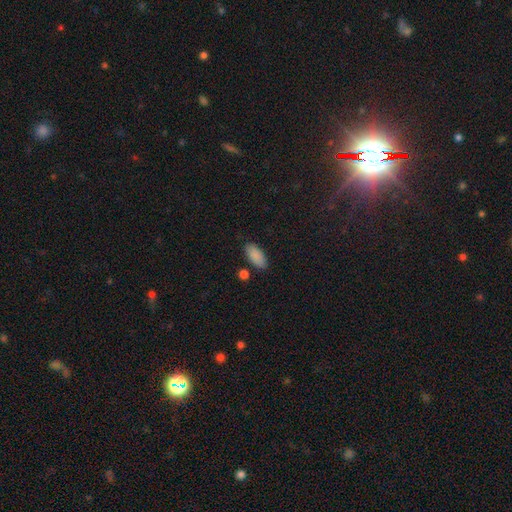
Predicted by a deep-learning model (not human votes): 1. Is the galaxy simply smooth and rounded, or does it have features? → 88% smooth, 7% star or artifact, 5% featured or disk.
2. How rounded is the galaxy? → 91% in between, 7% cigar-shaped, 2% round.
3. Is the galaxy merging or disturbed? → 82% none, 11% minor disturbance, 4% merger, 3% major disturbance.